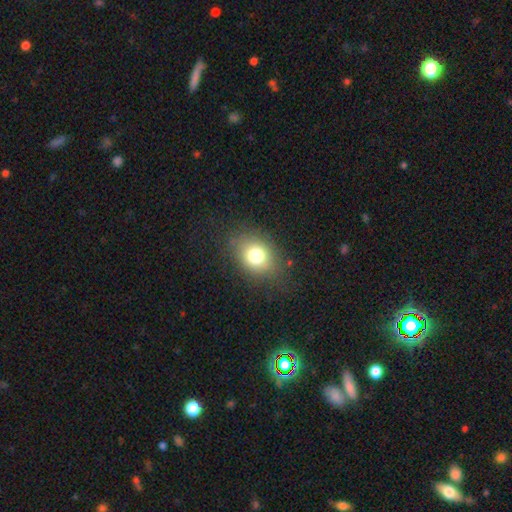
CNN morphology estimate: This is likely a smooth galaxy (76%). How rounded: possibly in between (54%). Merging: likely none (78%).